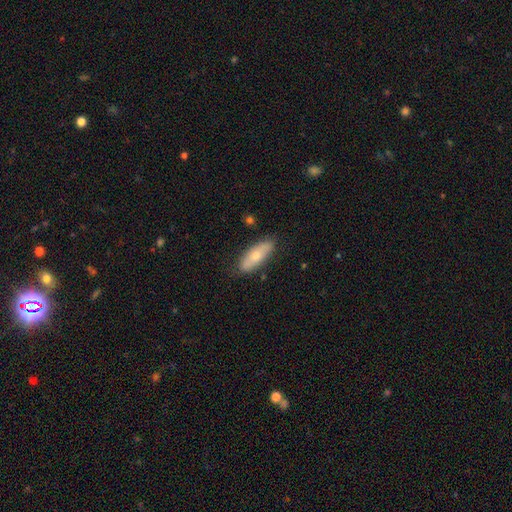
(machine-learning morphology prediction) smooth-or-featured: smooth: 65% | featured or disk: 29% | star or artifact: 6%
  how-rounded: in between: 67% | cigar-shaped: 30% | round: 2%
  merging: none: 82% | minor disturbance: 14% | major disturbance: 3% | merger: 2%